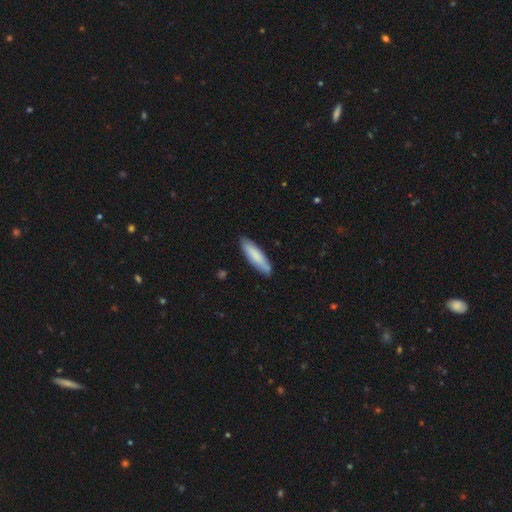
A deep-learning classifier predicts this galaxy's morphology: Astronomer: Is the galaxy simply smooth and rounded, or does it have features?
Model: smooth — 80%.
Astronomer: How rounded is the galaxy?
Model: cigar-shaped — 69%.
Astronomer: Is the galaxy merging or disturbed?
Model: none — 83%.